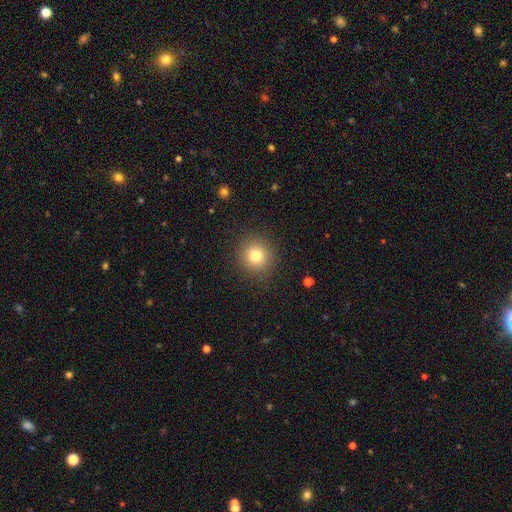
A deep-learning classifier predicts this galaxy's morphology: type=smooth (78%); roundness=round (92%); merging=none (89%).